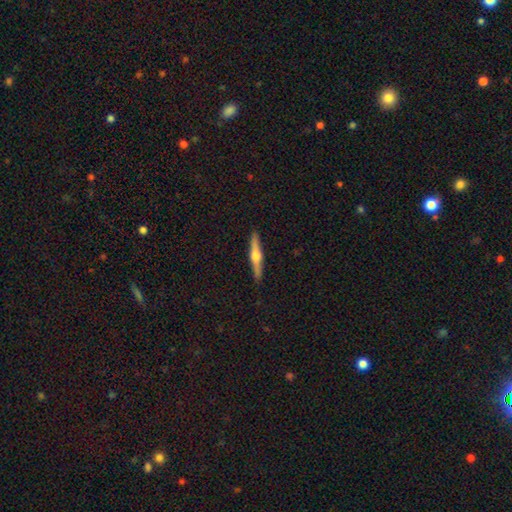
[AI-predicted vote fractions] This is likely a featured or disk galaxy (68%). It is clearly viewed edge-on (98%). Edge-on bulge: clearly rounded (94%). Merging: clearly none (91%).